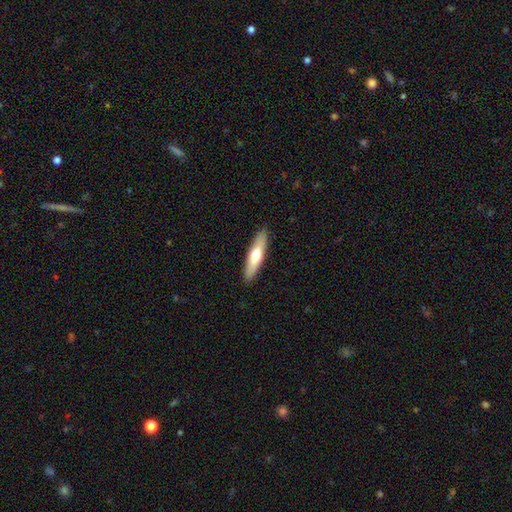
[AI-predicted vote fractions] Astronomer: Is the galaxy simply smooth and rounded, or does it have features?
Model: smooth — 61%.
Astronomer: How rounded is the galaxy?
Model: cigar-shaped — 80%.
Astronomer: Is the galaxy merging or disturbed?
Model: none — 90%.